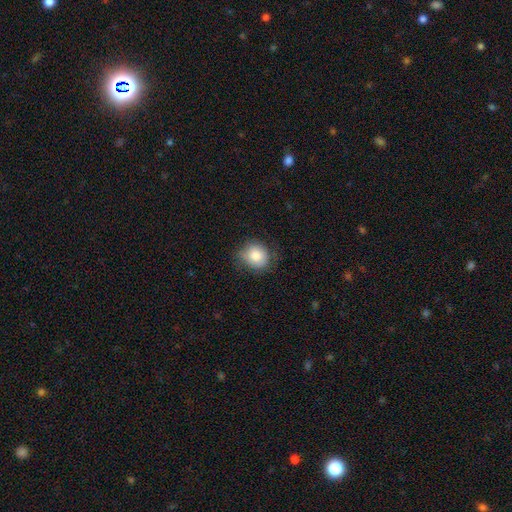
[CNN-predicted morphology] Overall: smooth (82%). How rounded: round (74%). Merging: none (73%).